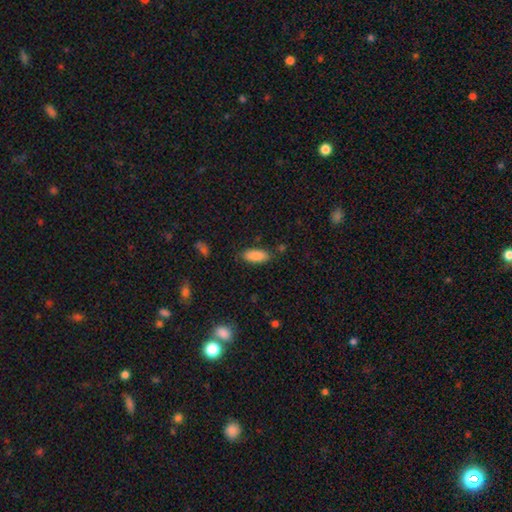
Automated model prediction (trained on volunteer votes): This is clearly a smooth galaxy (87%). How rounded: clearly in between (83%). Merging: clearly none (83%).